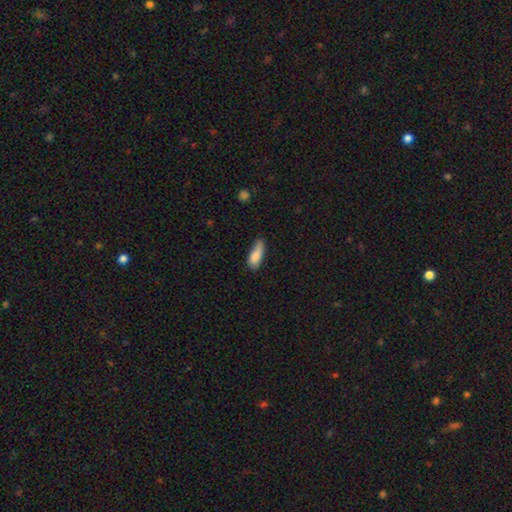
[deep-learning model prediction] smooth 84%, featured or disk 9%, star or artifact 7%. Down the decision tree: how rounded — in between (67%); merging — none (54%).